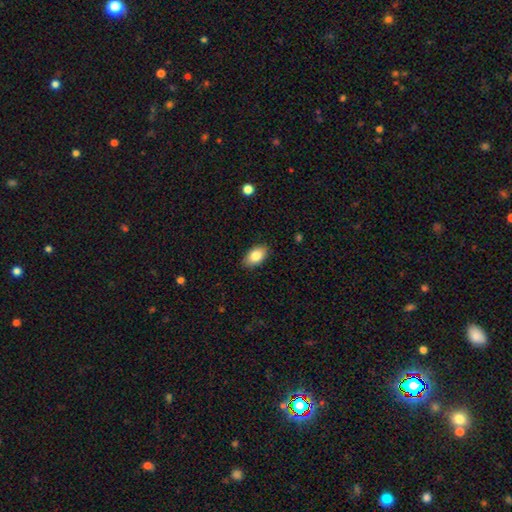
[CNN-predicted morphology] Smooth or featured? smooth (83%)
How rounded? in between (91%)
Merging? none (87%)